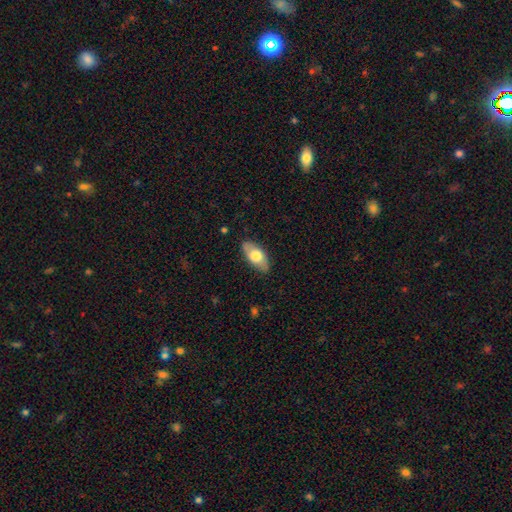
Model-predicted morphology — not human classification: smooth 67%, featured or disk 27%, star or artifact 6%. Down the decision tree: how rounded — in between (88%); merging — none (83%).